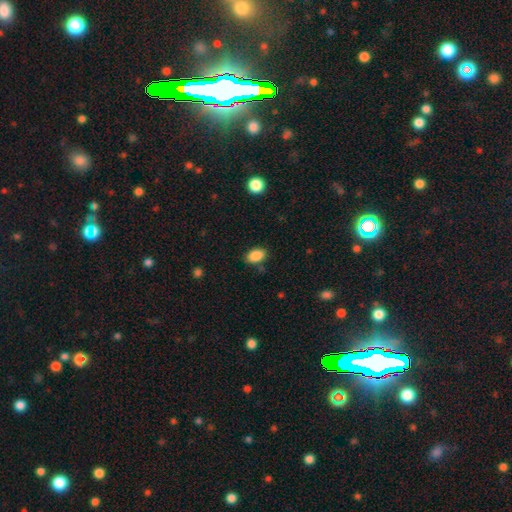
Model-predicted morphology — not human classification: smooth 88%, star or artifact 8%, featured or disk 4%. Down the decision tree: how rounded — in between (89%); merging — none (82%).